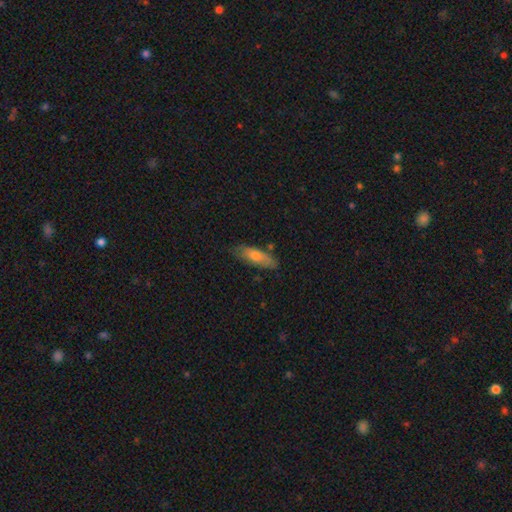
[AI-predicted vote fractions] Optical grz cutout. It shows a smooth galaxy with no disk features (68%) that is in between round and cigar-shaped (51%). Merging: none (75%).